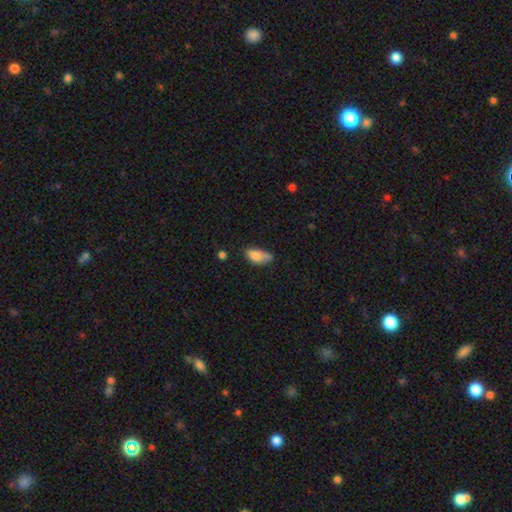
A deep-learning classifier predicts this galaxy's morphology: This appears to be a smooth galaxy with no disk features (77%) that is in between round and cigar-shaped (88%). Merging: none (37%).